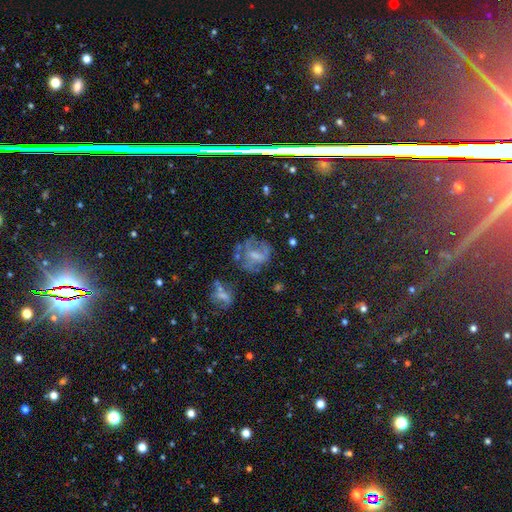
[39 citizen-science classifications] Smooth or featured: featured or disk — 67% (smooth — 28%)
Edge-on disk: no — 96% (yes — 4%)
Bar: no — 68% (weak — 28%)
Spiral arms: no — 72% (yes — 28%)
Bulge size: none — 44% (moderate — 36%)
Merging: major disturbance — 49% (none — 38%)